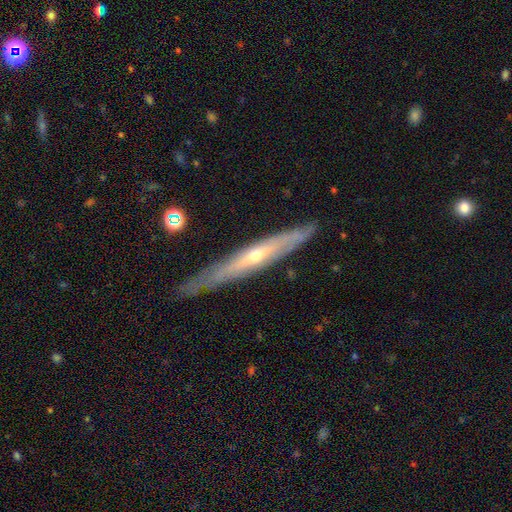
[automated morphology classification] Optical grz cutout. It shows a featured or disk galaxy (73%) viewed edge-on (85%) with a rounded central bulge (67%). Merging: none (79%).